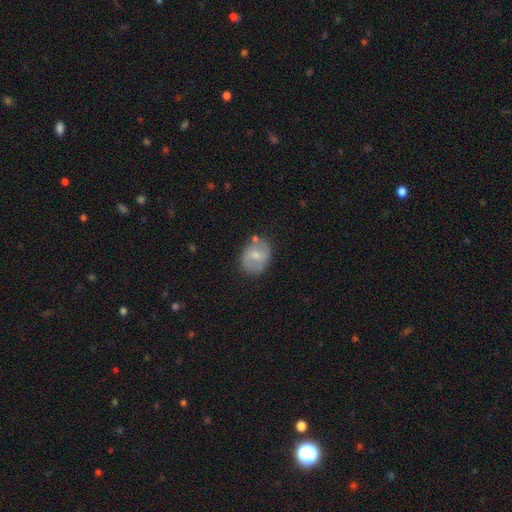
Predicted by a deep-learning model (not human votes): smooth-or-featured: smooth: 61% | featured or disk: 32% | star or artifact: 7%
  how-rounded: in between: 58% | round: 41% | cigar-shaped: 1%
  merging: none: 68% | minor disturbance: 20% | merger: 7% | major disturbance: 5%